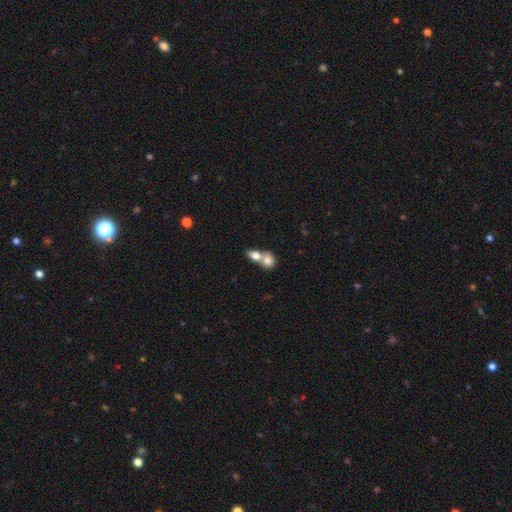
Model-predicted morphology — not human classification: smooth-or-featured: smooth: 77% | featured or disk: 15% | star or artifact: 8%
  how-rounded: in between: 60% | round: 37% | cigar-shaped: 3%
  merging: merger: 73% | none: 20% | minor disturbance: 5% | major disturbance: 3%